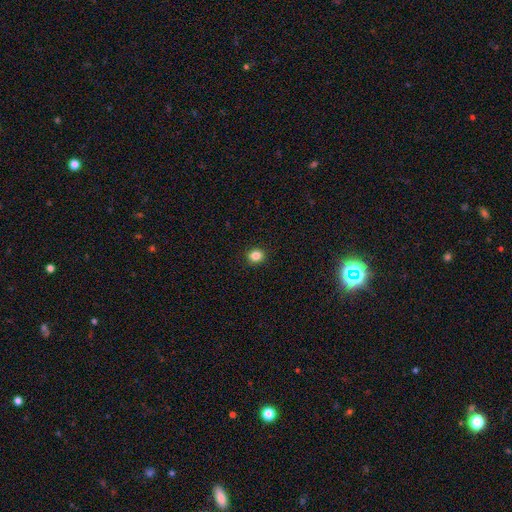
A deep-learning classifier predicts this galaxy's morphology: smooth-or-featured: smooth: 84% | star or artifact: 11% | featured or disk: 4%
  how-rounded: round: 76% | in between: 23% | cigar-shaped: 1%
  merging: none: 92% | minor disturbance: 6% | major disturbance: 2% | merger: 1%